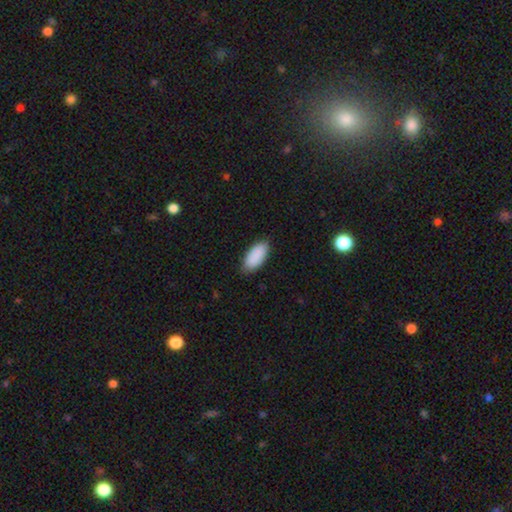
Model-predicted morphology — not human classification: This appears to be a smooth galaxy with no disk features (90%) that is in between round and cigar-shaped (92%). Merging: none (83%).